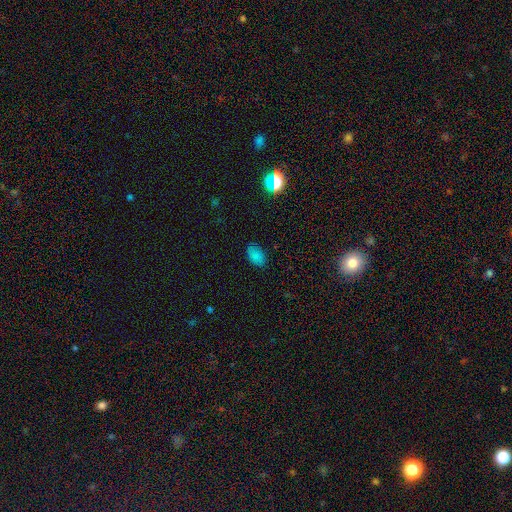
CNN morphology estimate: smooth 79%, star or artifact 15%, featured or disk 6%. Down the decision tree: how rounded — in between (90%); merging — none (82%).